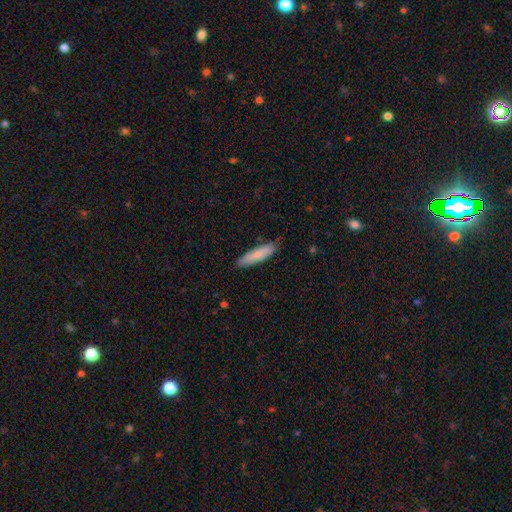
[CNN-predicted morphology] Overall: smooth (78%). How rounded: cigar-shaped (74%). Merging: none (81%).